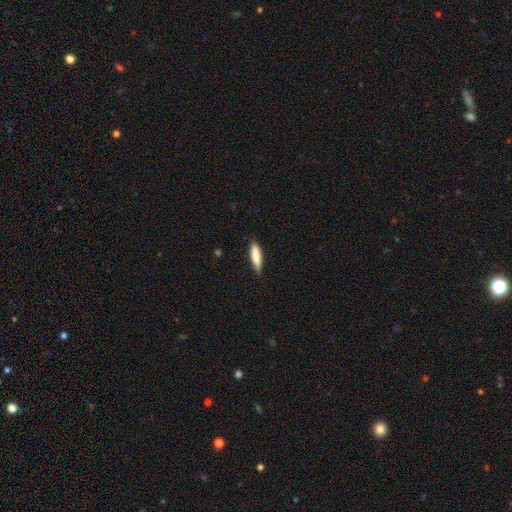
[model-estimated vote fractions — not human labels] This appears to be a smooth galaxy with no disk features (85%) that is cigar-shaped (66%). Merging: none (83%).